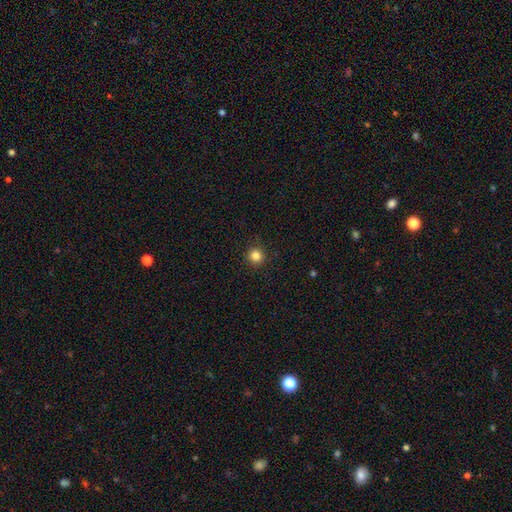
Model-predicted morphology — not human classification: type=smooth (84%); roundness=round (95%); merging=none (92%).